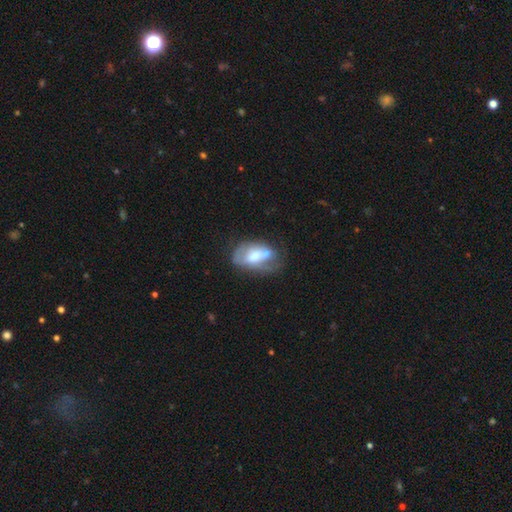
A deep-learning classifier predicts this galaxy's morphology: The model was most divided on "smooth or featured": featured or disk: 48%, smooth: 45%, star or artifact: 8%. Remaining: merging — none (30%).